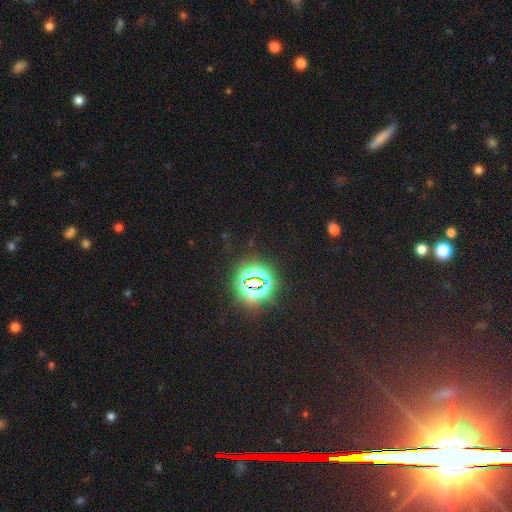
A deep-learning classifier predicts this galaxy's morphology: Overall: star or artifact (78%).